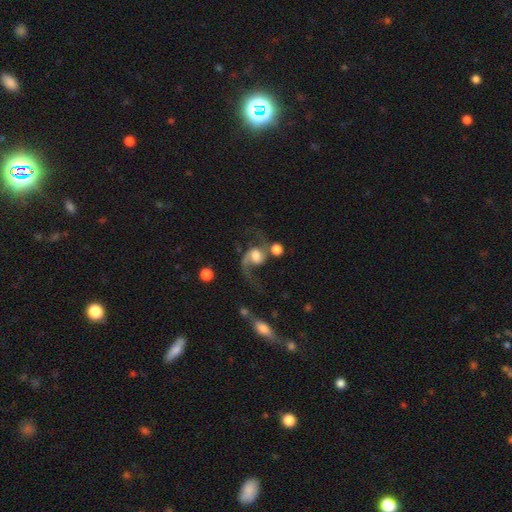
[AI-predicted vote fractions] Morphology: type=featured or disk (81%); edge-on=no (97%); bar=no (53%); spiral arms=yes (95%); winding=loose (73%); arm count=2 (81%); bulge=moderate (39%); merging=none (43%).